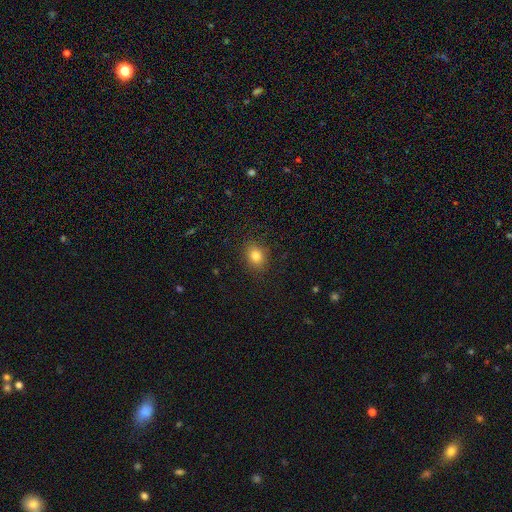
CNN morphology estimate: A smooth galaxy with no disk features (82%) that is round (56%). Merging: none (88%).